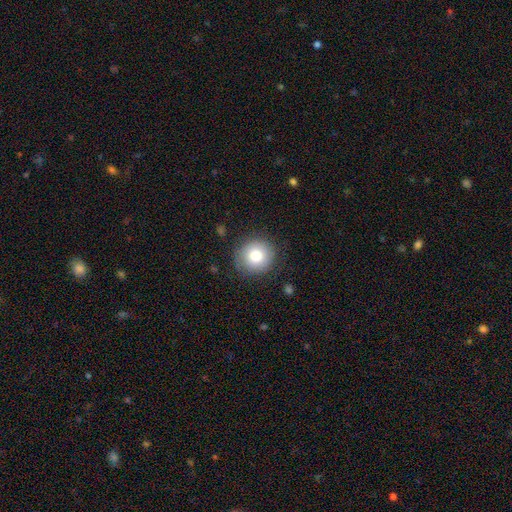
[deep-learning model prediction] smooth_or_featured: smooth (p=0.80) [alt: featured or disk p=0.11]
how_rounded: round (p=0.92) [alt: in between p=0.07]
merging: none (p=0.85) [alt: minor disturbance p=0.10]